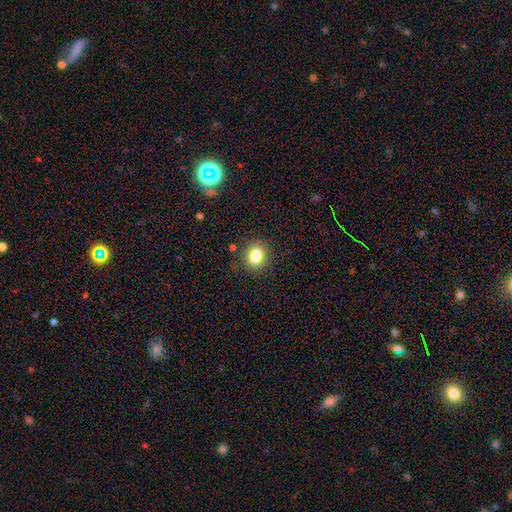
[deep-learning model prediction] This is clearly a smooth galaxy (81%). How rounded: likely round (69%). Merging: clearly none (86%).